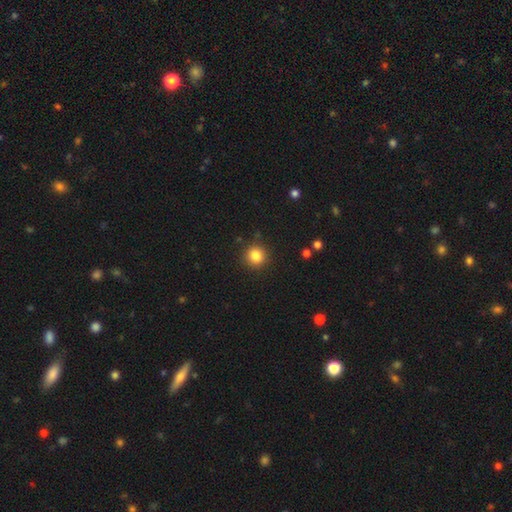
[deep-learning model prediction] This is clearly a smooth galaxy (84%). How rounded: clearly round (92%). Merging: clearly none (90%).